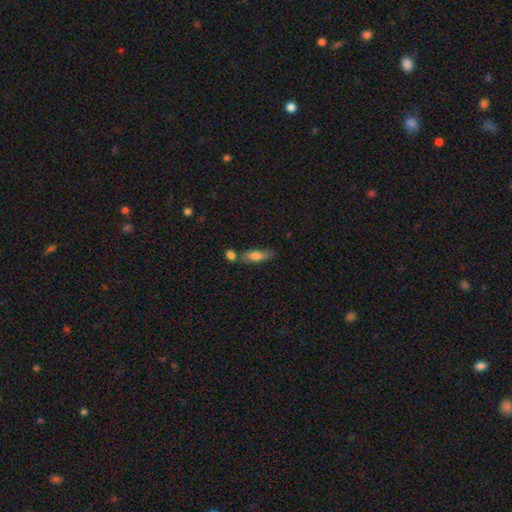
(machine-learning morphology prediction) Smooth or featured? smooth (75%)
How rounded? in between (59%)
Merging? none (58%)